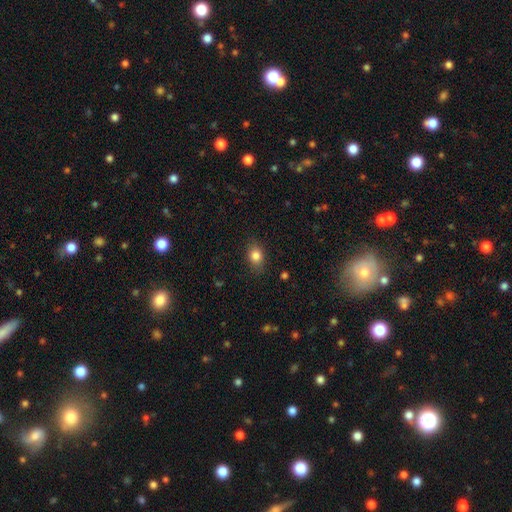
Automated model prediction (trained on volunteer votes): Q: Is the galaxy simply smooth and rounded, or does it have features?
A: smooth — 83%.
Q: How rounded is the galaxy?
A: in between — 69%.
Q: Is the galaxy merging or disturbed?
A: none — 83%.